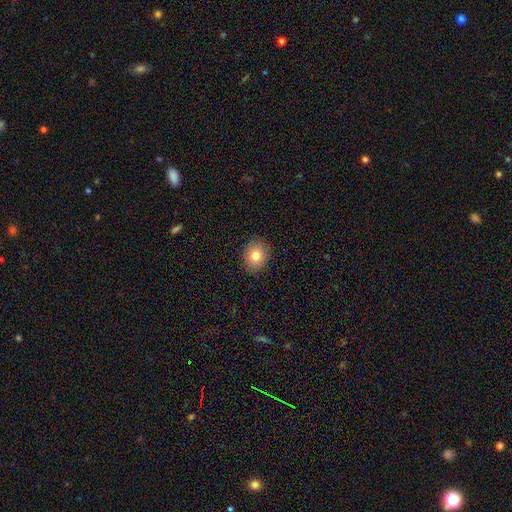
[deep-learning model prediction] Smooth or featured?
  - smooth: 82% *
  - star or artifact: 9%
  - featured or disk: 9%
How rounded?
  - round: 54% *
  - in between: 46%
  - cigar-shaped: 1%
Merging?
  - none: 89% *
  - minor disturbance: 8%
  - major disturbance: 2%
  - merger: 1%